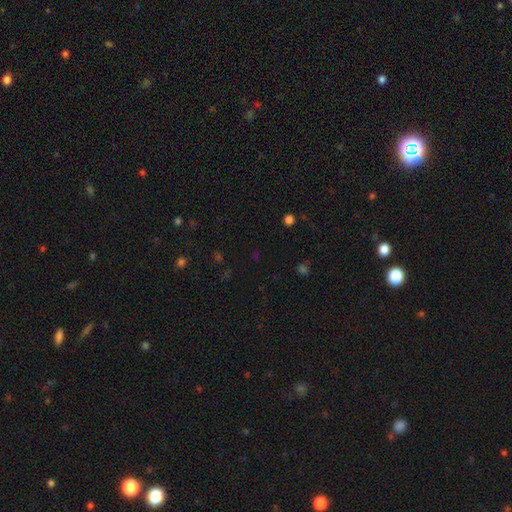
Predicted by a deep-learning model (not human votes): A star or artifact, not a galaxy (59%).

Vote fractions:
- Smooth or featured? star or artifact: 59% / smooth: 33% / featured or disk: 8%